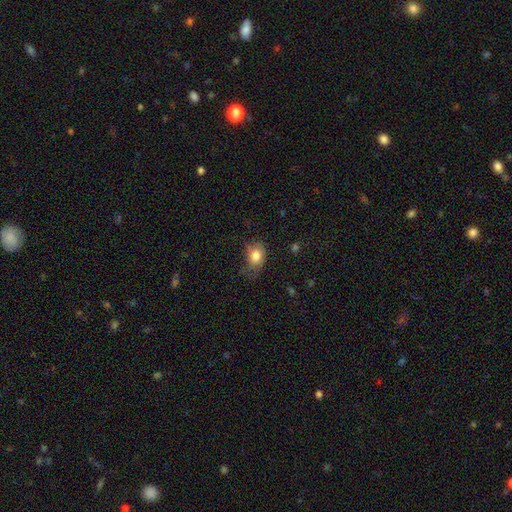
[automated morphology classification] This is clearly a smooth galaxy (80%). How rounded: likely in between (73%). Merging: possibly none (47%).